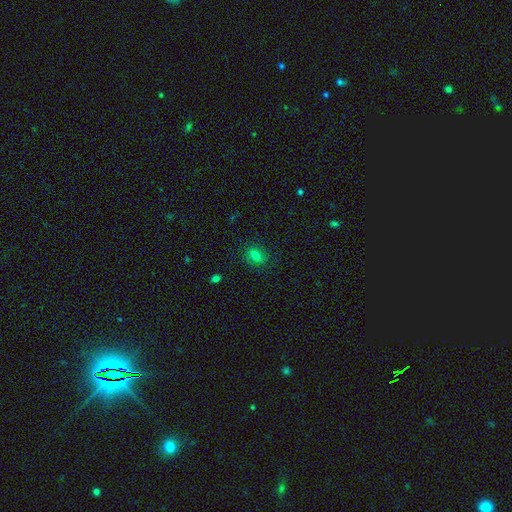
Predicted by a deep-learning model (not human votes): This appears to be a smooth galaxy with no disk features (74%) that is in between round and cigar-shaped (57%). Merging: none (83%).